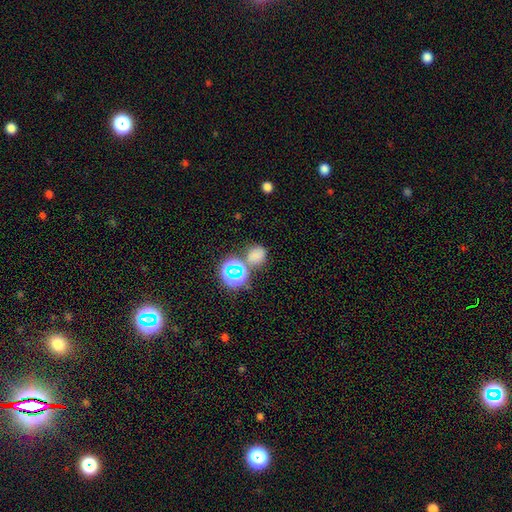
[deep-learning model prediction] Smooth or featured?
  - smooth: 65% *
  - star or artifact: 27%
  - featured or disk: 8%
How rounded?
  - round: 69% *
  - in between: 29%
  - cigar-shaped: 1%
Merging?
  - none: 60% *
  - merger: 20%
  - minor disturbance: 14%
  - major disturbance: 6%